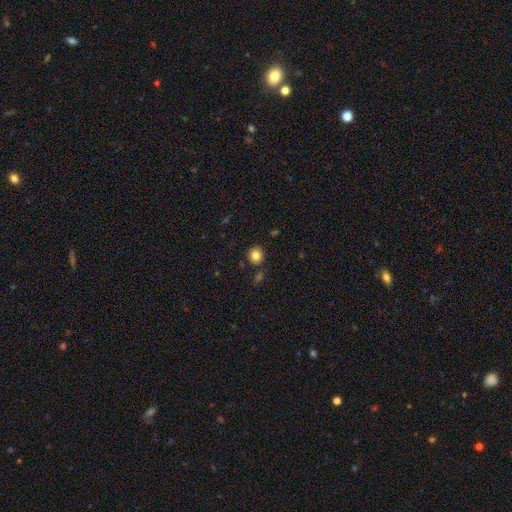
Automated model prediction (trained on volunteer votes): smooth-or-featured: smooth: 83% | star or artifact: 11% | featured or disk: 6%
  how-rounded: round: 89% | in between: 10% | cigar-shaped: 1%
  merging: none: 86% | minor disturbance: 7% | merger: 4% | major disturbance: 2%